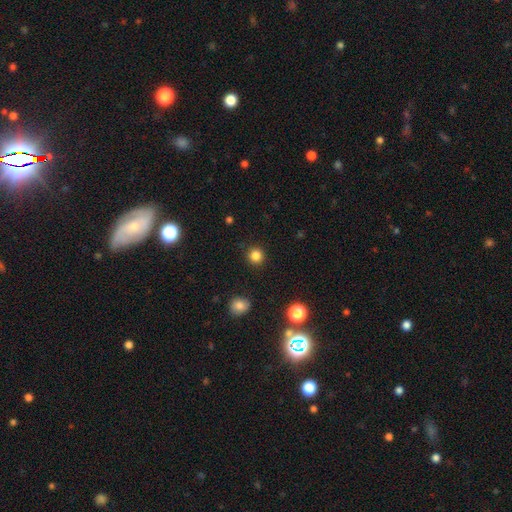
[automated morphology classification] A smooth galaxy with no disk features (83%) that is round (94%).

Vote fractions:
- Smooth or featured? smooth: 83% / star or artifact: 13% / featured or disk: 4%
- How rounded? round: 94% / in between: 5% / cigar-shaped: 1%
- Merging? none: 91% / minor disturbance: 5% / major disturbance: 2% / merger: 1%